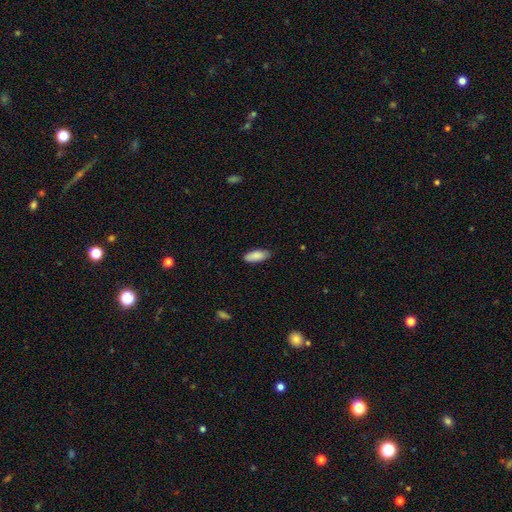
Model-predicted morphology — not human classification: smooth_or_featured: smooth (p=0.88) [alt: star or artifact p=0.06]
how_rounded: in between (p=0.80) [alt: cigar-shaped p=0.19]
merging: none (p=0.84) [alt: minor disturbance p=0.13]